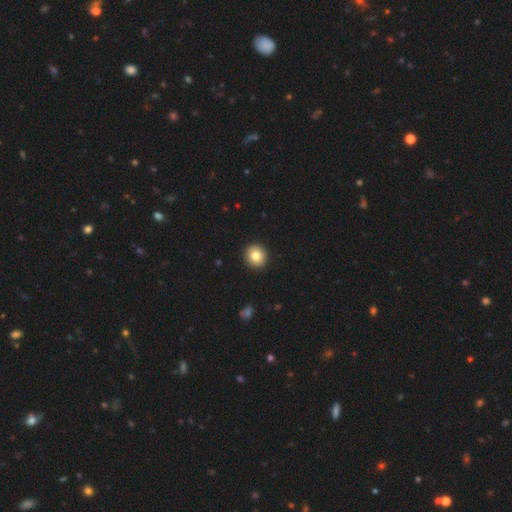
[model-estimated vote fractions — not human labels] This is clearly a smooth galaxy (81%). How rounded: clearly round (90%). Merging: clearly none (93%).